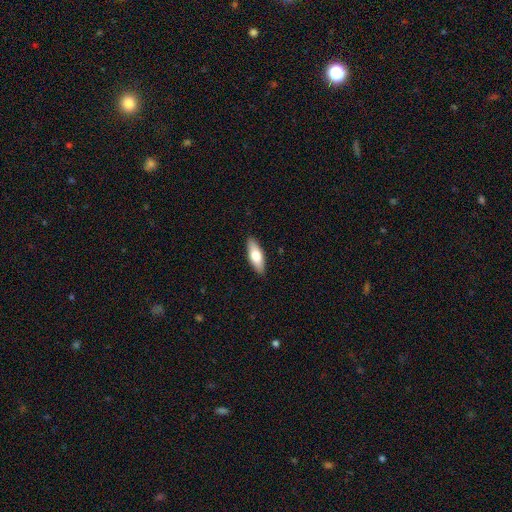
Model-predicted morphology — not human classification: smooth_or_featured: smooth (p=0.71) [alt: featured or disk p=0.24]
how_rounded: in between (p=0.68) [alt: cigar-shaped p=0.30]
merging: none (p=0.89) [alt: minor disturbance p=0.08]